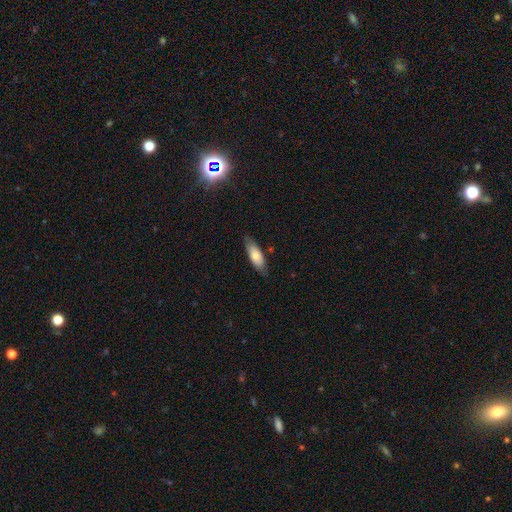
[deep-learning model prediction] This is likely a smooth galaxy (71%). How rounded: likely in between (67%). Merging: likely none (78%).